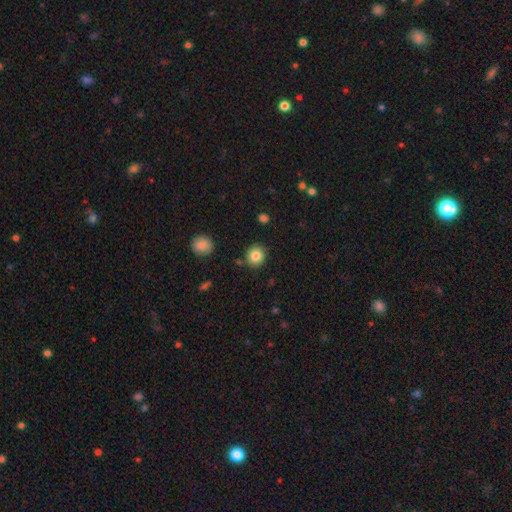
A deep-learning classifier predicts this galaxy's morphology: Smooth or featured?
  - smooth: 84% *
  - star or artifact: 10%
  - featured or disk: 6%
How rounded?
  - round: 86% *
  - in between: 13%
  - cigar-shaped: 1%
Merging?
  - none: 86% *
  - minor disturbance: 9%
  - merger: 3%
  - major disturbance: 2%